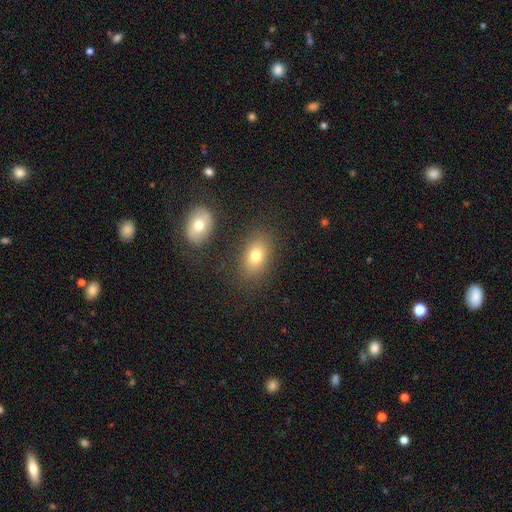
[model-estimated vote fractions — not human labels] This appears to be a smooth galaxy with no disk features (76%) that is in between round and cigar-shaped (84%). Merging: none (78%).